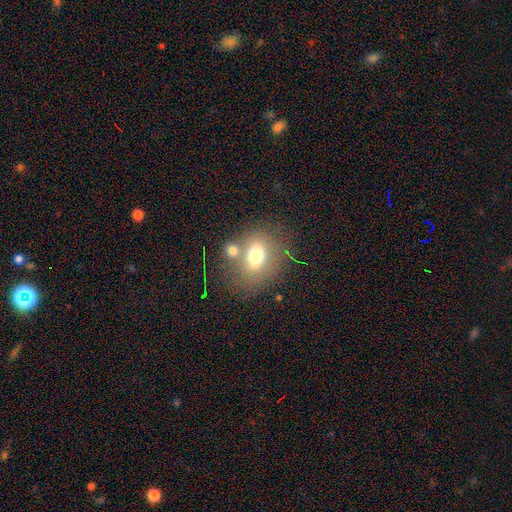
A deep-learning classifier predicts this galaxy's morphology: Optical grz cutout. It shows a smooth galaxy with no disk features (67%) that is in between round and cigar-shaped (52%). Merging: none (56%).